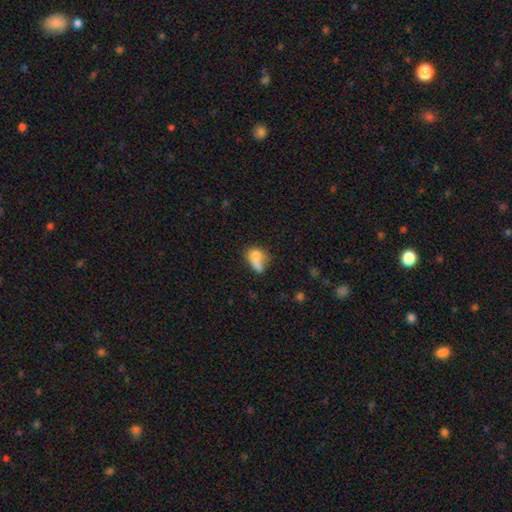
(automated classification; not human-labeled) smooth_or_featured: smooth (p=0.72) [alt: featured or disk p=0.17]
how_rounded: in between (p=0.68) [alt: round p=0.28]
merging: merger (p=0.36) [alt: none p=0.26]